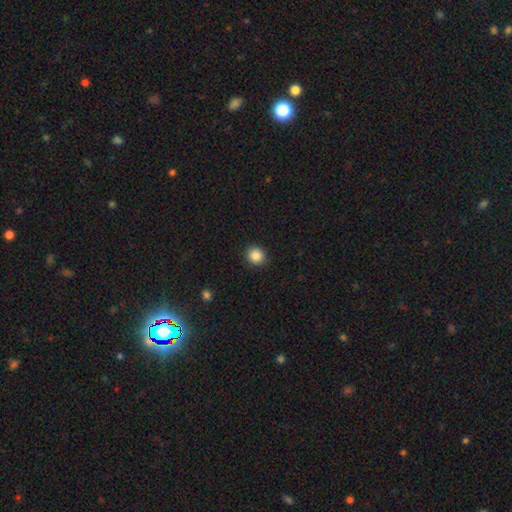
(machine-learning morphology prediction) smooth 87%, star or artifact 10%, featured or disk 3%. Down the decision tree: how rounded — round (88%); merging — none (91%).